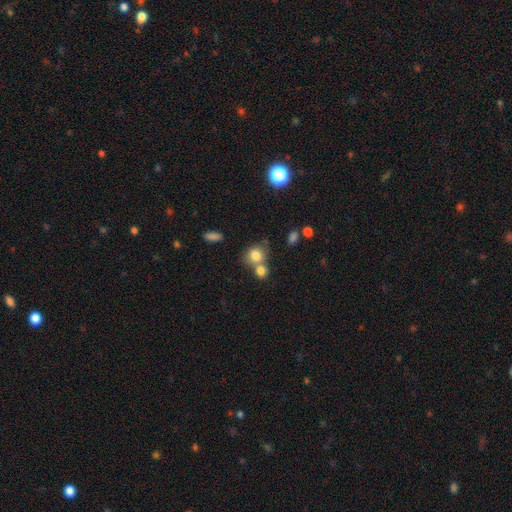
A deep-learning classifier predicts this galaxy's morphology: smooth 80%, star or artifact 10%, featured or disk 9%. Down the decision tree: how rounded — round (74%); merging — none (45%).